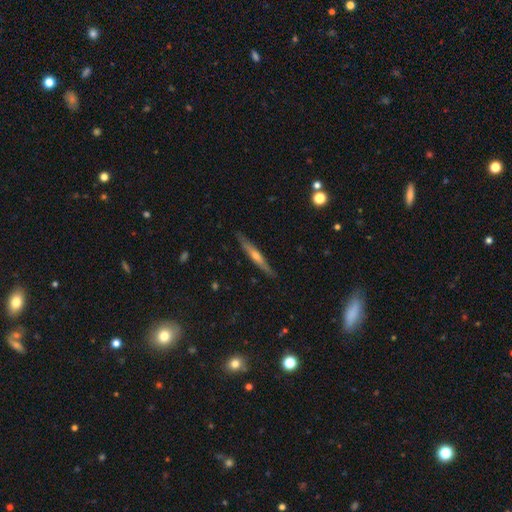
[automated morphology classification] This appears to be a featured or disk galaxy (61%) viewed edge-on (94%) with a rounded central bulge (68%). Merging: none (87%).